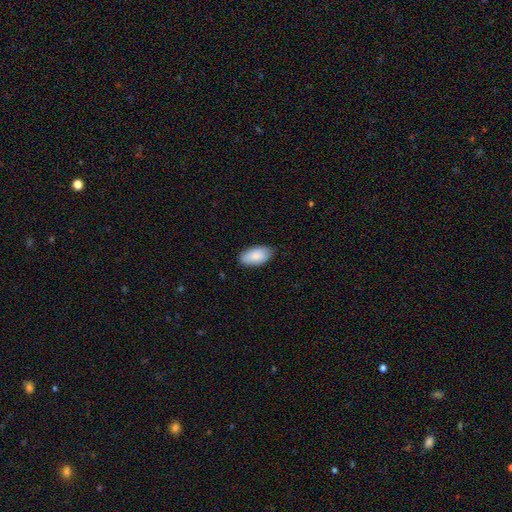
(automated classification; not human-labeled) Smooth or featured?
  - smooth: 85% *
  - featured or disk: 9%
  - star or artifact: 6%
How rounded?
  - in between: 95% *
  - round: 3%
  - cigar-shaped: 2%
Merging?
  - none: 82% *
  - minor disturbance: 15%
  - major disturbance: 2%
  - merger: 1%